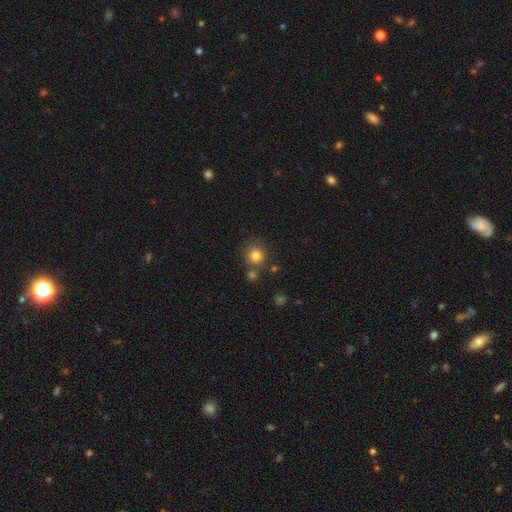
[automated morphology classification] Q: Smooth or featured?
A: smooth (81%); runner-up: star or artifact (12%)
Q: How rounded?
A: round (91%); runner-up: in between (8%)
Q: Merging?
A: none (71%); runner-up: merger (15%)